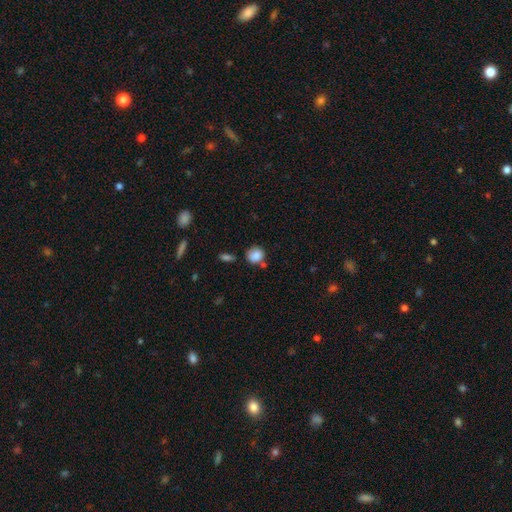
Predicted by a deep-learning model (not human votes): Smooth or featured? smooth (85%)
How rounded? round (83%)
Merging? none (67%)